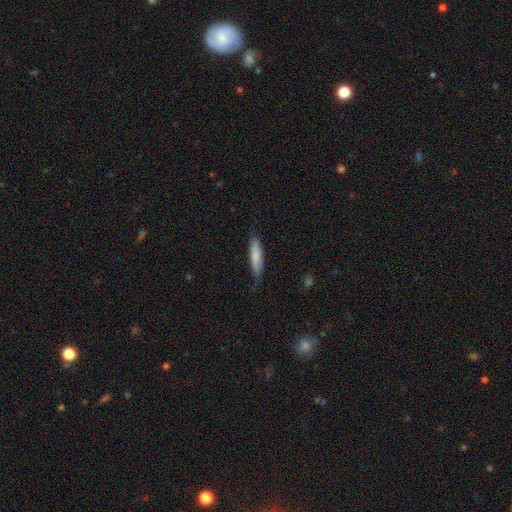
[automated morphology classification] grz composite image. It shows a smooth galaxy with no disk features (81%) that is cigar-shaped (77%). Merging: none (75%).